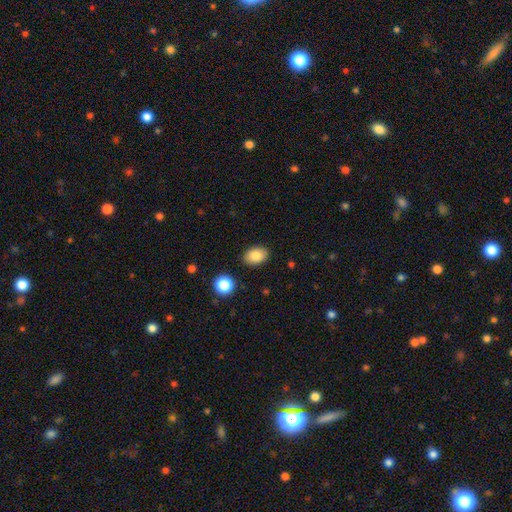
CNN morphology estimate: A smooth galaxy with no disk features (85%) that is in between round and cigar-shaped (81%). Merging: none (86%).